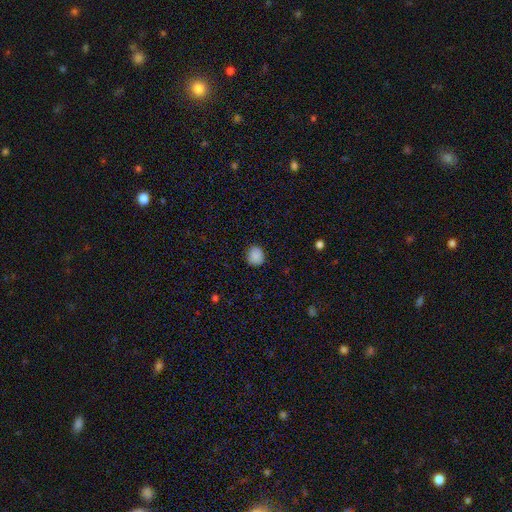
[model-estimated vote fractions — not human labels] smooth 88%, star or artifact 9%, featured or disk 3%. Down the decision tree: how rounded — round (85%); merging — none (89%).